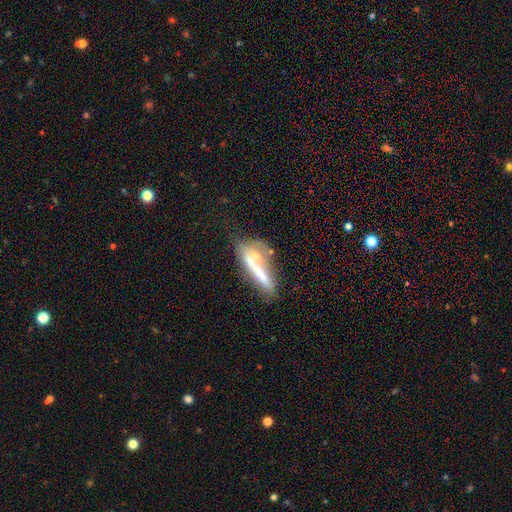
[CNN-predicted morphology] smooth-or-featured: smooth: 48% | featured or disk: 44% | star or artifact: 8%
  merging: none: 36% | merger: 30% | minor disturbance: 19% | major disturbance: 15%